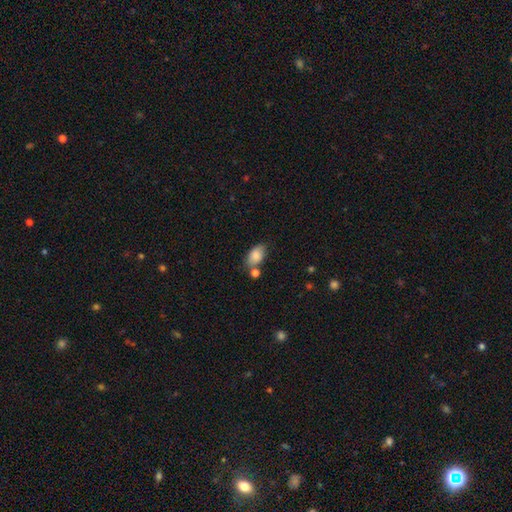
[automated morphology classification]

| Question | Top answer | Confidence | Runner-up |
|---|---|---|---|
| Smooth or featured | smooth | 84% | featured or disk (9%) |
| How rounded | in between | 91% | round (7%) |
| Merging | none | 60% | minor disturbance (18%) |